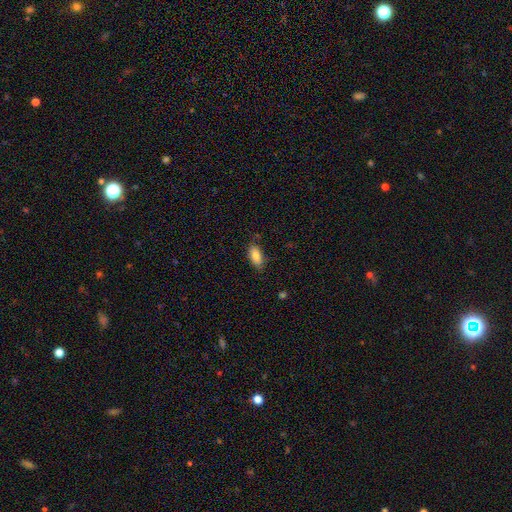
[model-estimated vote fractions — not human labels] A smooth galaxy with no disk features (84%) that is in between round and cigar-shaped (89%). Merging: none (79%).